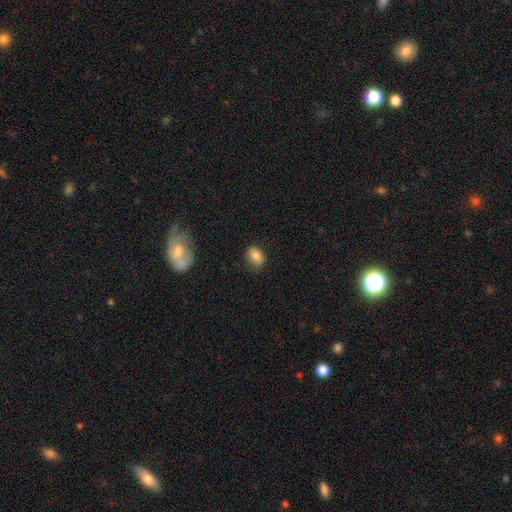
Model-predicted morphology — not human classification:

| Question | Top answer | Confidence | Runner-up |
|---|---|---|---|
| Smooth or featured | smooth | 83% | star or artifact (9%) |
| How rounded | in between | 73% | round (26%) |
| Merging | none | 81% | minor disturbance (15%) |